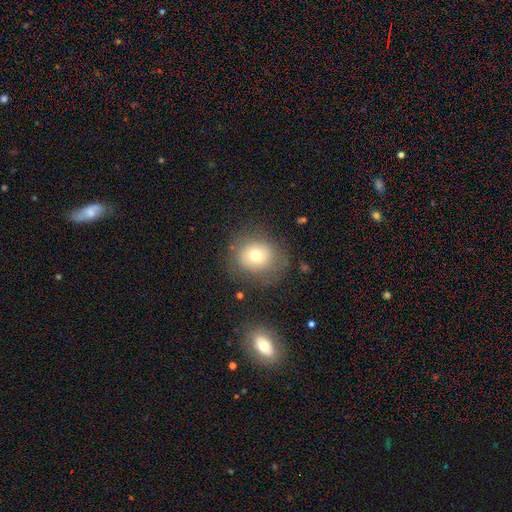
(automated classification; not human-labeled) Morphology: type=smooth (70%); roundness=round (76%); merging=none (73%).